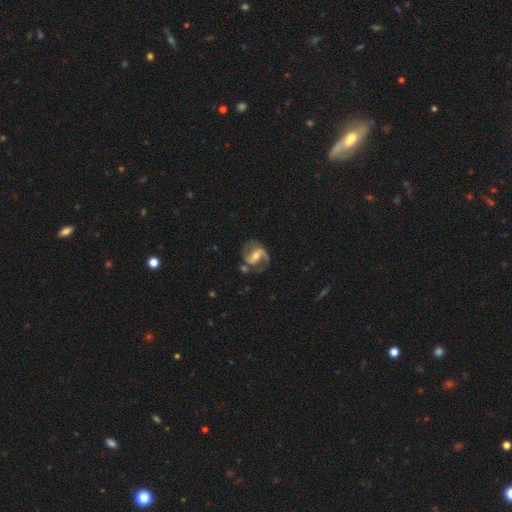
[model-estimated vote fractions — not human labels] smooth-or-featured: featured or disk: 86% | smooth: 9% | star or artifact: 5%
  disk-edge-on: no: 98% | yes: 2%
    bar: weak: 45% | strong: 32% | no: 23%
    has-spiral-arms: yes: 95% | no: 5%
      spiral-winding: medium: 52% | loose: 34% | tight: 14%
      spiral-arm-count: 2: 84% | 1: 9% | can't tell: 3% | 3: 1% | 4: 1% | more than 4: 1%
    bulge-size: moderate: 54% | small: 37% | large: 4% | none: 3% | dominant: 1%
  merging: none: 63% | minor disturbance: 18% | major disturbance: 11% | merger: 8%